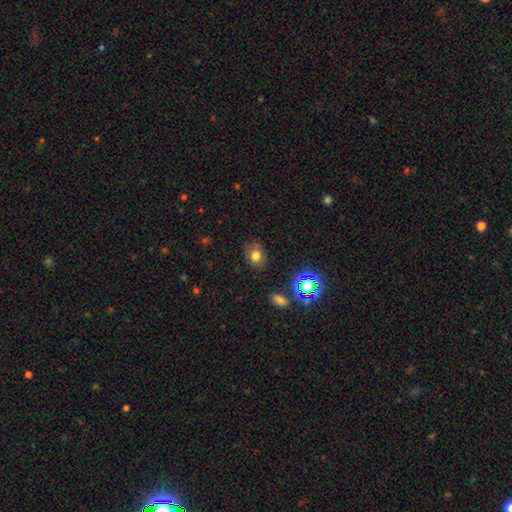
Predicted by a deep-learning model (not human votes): smooth_or_featured: smooth (p=0.73) [alt: star or artifact p=0.17]
how_rounded: round (p=0.51) [alt: in between p=0.48]
merging: none (p=0.79) [alt: minor disturbance p=0.15]